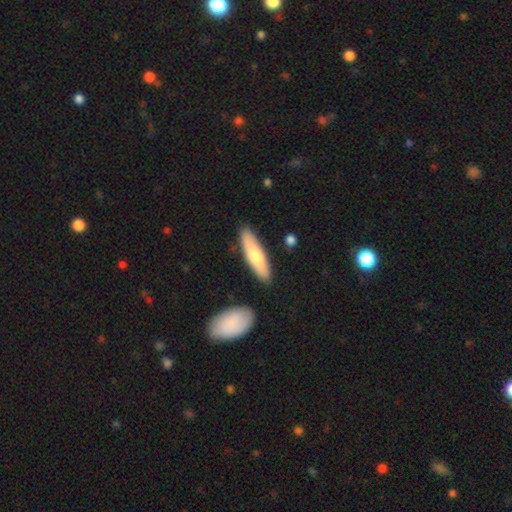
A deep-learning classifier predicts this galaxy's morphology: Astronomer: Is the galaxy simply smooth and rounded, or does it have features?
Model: smooth — 64%.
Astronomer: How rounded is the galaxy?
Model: cigar-shaped — 66%.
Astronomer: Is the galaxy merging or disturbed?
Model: none — 86%.